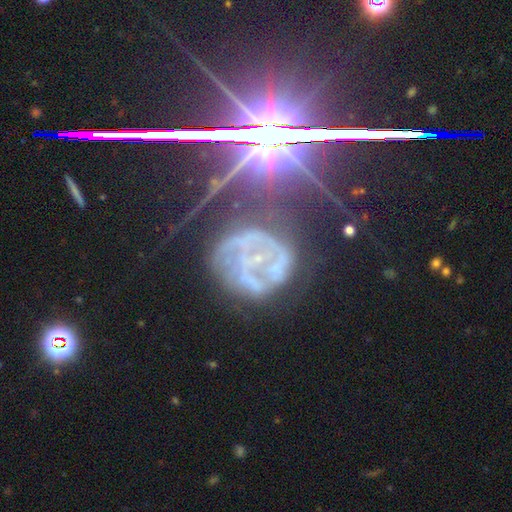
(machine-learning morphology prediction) This appears to be a featured or disk galaxy (58%) with no bar (68%), spiral arms (69%) and a small central bulge (45%). Merging: none (54%).